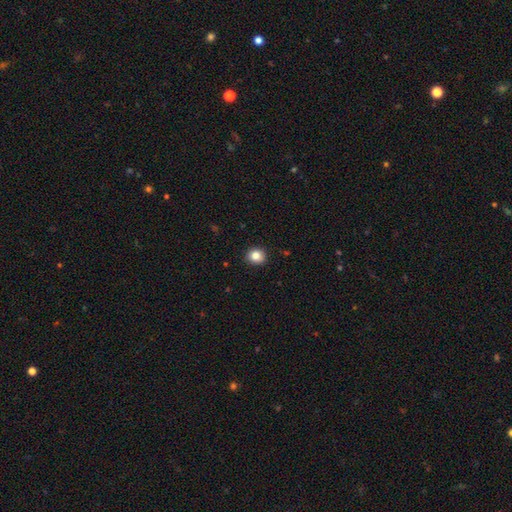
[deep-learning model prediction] This is clearly a smooth galaxy (84%). How rounded: likely round (78%). Merging: clearly none (89%).